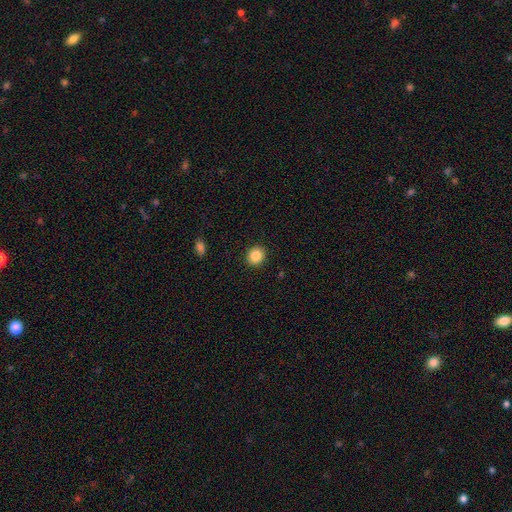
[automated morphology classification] Smooth or featured? Predicted: smooth (p=0.86). How rounded? Predicted: round (p=0.78). Merging? Predicted: none (p=0.92).